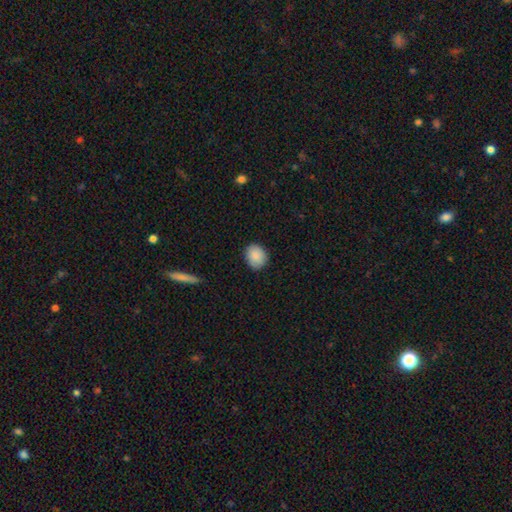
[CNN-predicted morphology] smooth 89%, star or artifact 7%, featured or disk 4%. Down the decision tree: how rounded — round (60%); merging — none (86%).